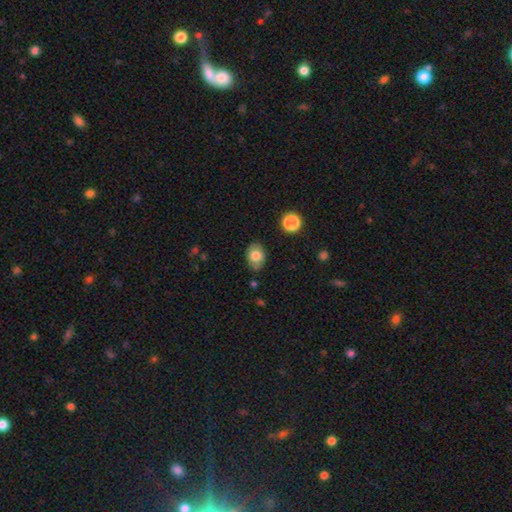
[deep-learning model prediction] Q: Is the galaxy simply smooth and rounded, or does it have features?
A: smooth — 76%.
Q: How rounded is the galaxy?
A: in between — 73%.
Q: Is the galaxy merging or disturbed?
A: none — 81%.